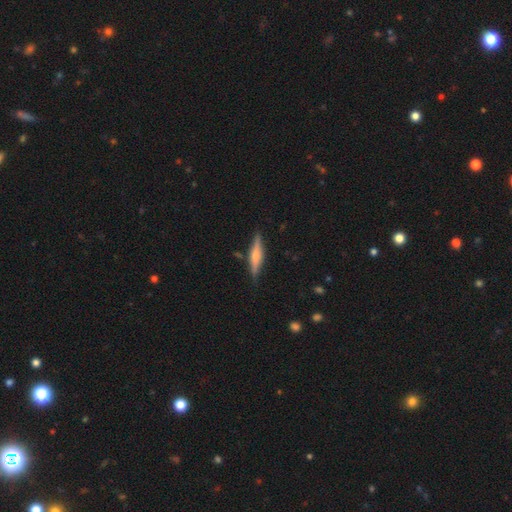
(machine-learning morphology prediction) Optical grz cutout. It shows a featured or disk galaxy (54%) viewed edge-on (96%) with a rounded central bulge (67%). Merging: none (84%).